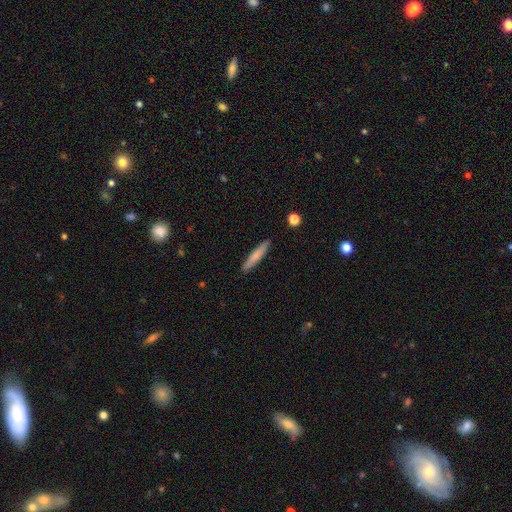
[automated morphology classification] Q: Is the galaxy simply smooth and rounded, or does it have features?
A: smooth — 72%.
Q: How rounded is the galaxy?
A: cigar-shaped — 93%.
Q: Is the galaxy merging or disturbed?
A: none — 90%.